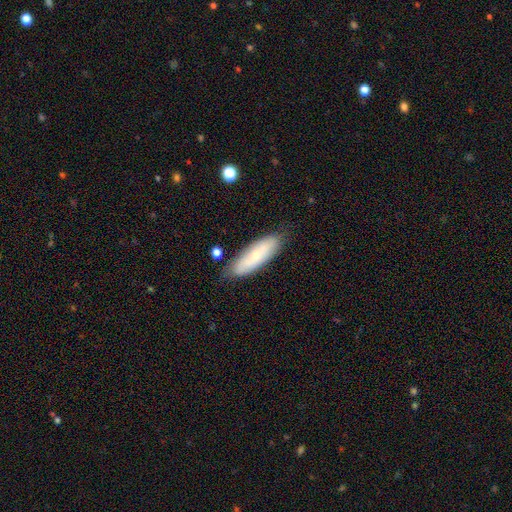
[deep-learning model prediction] This appears to be a smooth galaxy with no disk features (61%) that is in between round and cigar-shaped (51%). Merging: none (80%).